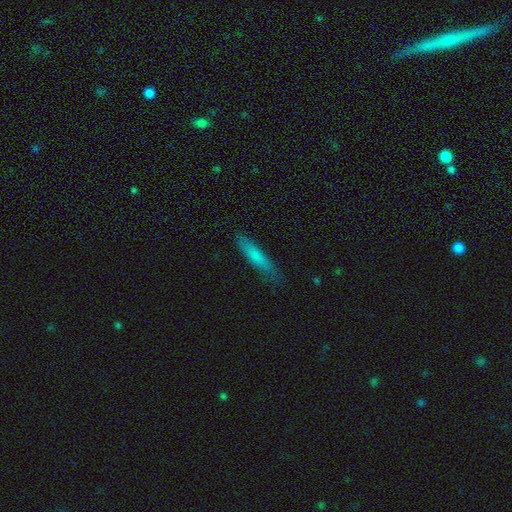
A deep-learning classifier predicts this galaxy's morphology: Smooth or featured?
  - smooth: 74% *
  - featured or disk: 20%
  - star or artifact: 6%
How rounded?
  - cigar-shaped: 85% *
  - in between: 13%
  - round: 1%
Merging?
  - none: 83% *
  - minor disturbance: 14%
  - major disturbance: 3%
  - merger: 1%